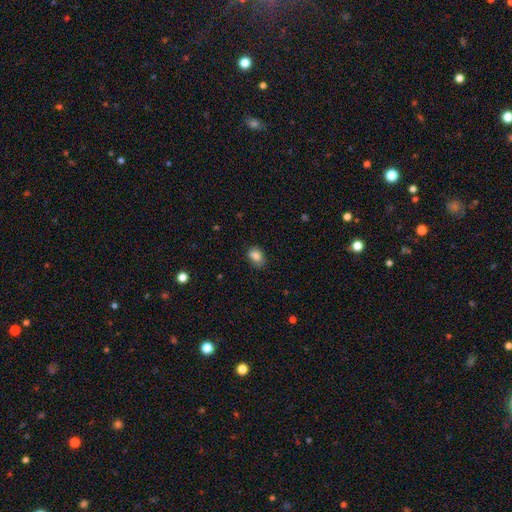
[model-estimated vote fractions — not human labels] A smooth galaxy with no disk features (85%) that is in between round and cigar-shaped (72%). Merging: none (75%).